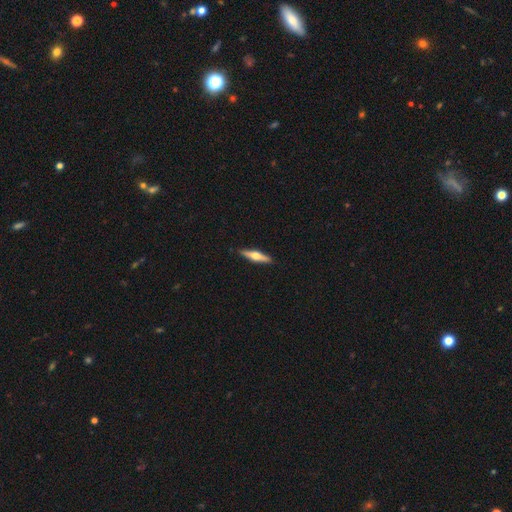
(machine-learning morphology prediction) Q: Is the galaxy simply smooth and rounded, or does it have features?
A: featured or disk — 63%.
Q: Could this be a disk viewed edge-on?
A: yes — 97%.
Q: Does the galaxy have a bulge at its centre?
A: rounded — 94%.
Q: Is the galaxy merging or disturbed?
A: none — 91%.